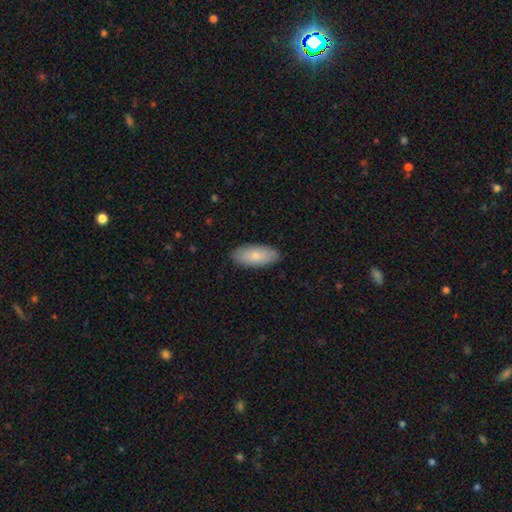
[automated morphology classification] This is clearly a smooth galaxy (81%). How rounded: clearly in between (88%). Merging: clearly none (88%).